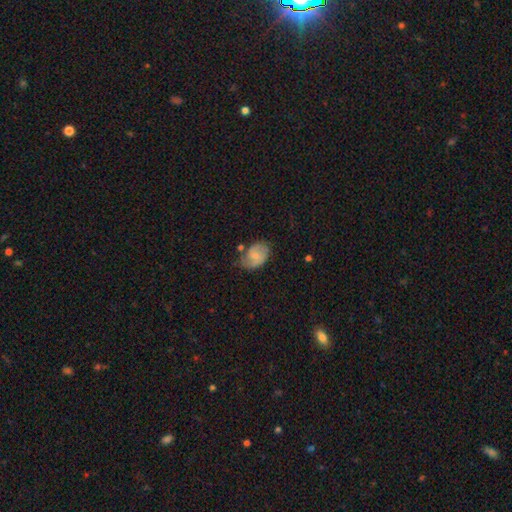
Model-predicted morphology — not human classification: This appears to be a smooth galaxy with no disk features (47%). Merging: none (54%).